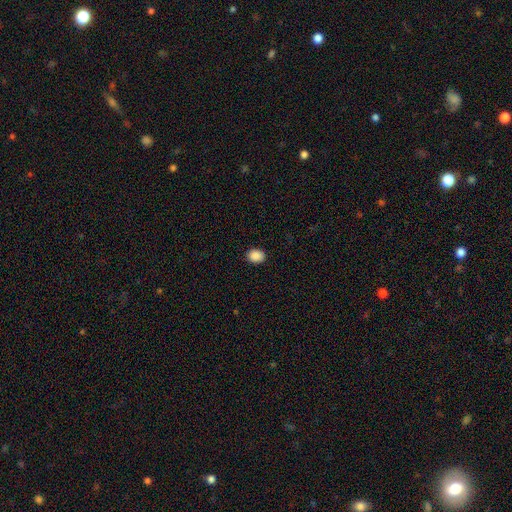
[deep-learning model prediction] This is clearly a smooth galaxy (89%). How rounded: possibly round (51%). Merging: clearly none (90%).